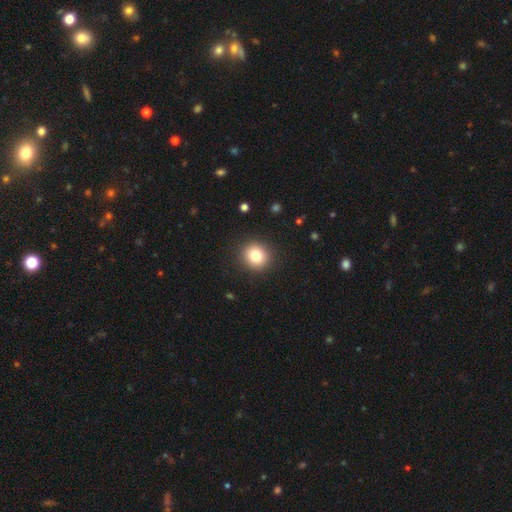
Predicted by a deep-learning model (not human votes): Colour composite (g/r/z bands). It shows a smooth galaxy with no disk features (81%) that is round (91%). Merging: none (91%).